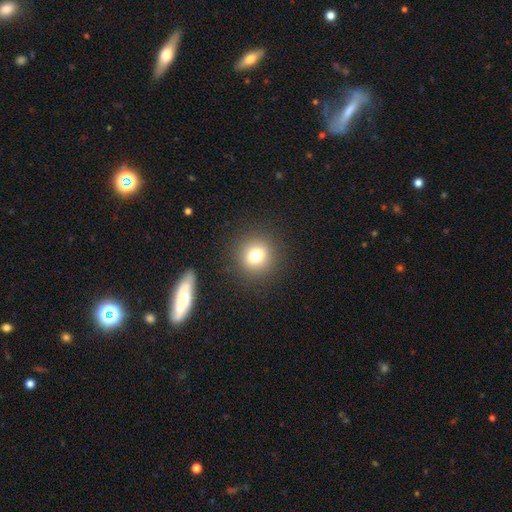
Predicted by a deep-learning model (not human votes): The model was most divided on "smooth or featured": smooth: 76%, star or artifact: 13%, featured or disk: 11%. More confident: merging — none (89%); how rounded — round (86%).